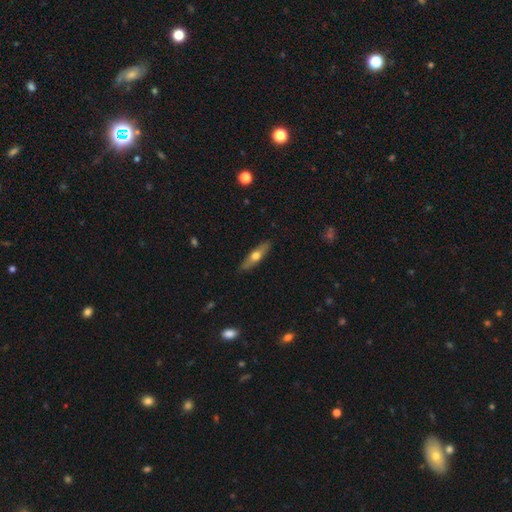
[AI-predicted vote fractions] smooth 51%, featured or disk 43%, star or artifact 6%. Down the decision tree: how rounded — cigar-shaped (67%); merging — none (88%).